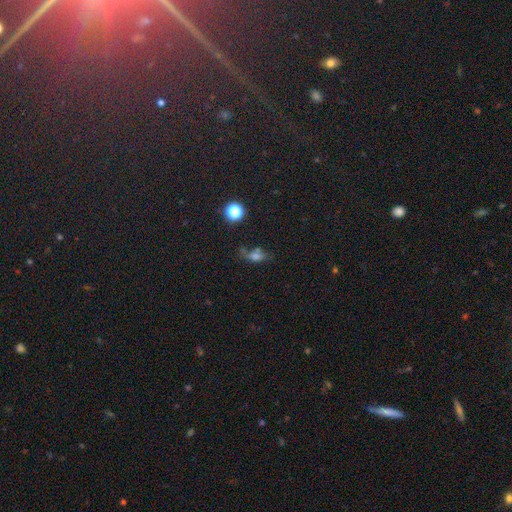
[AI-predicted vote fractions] This appears to be a smooth galaxy with no disk features (61%) that is in between round and cigar-shaped (65%). Merging: none (53%).